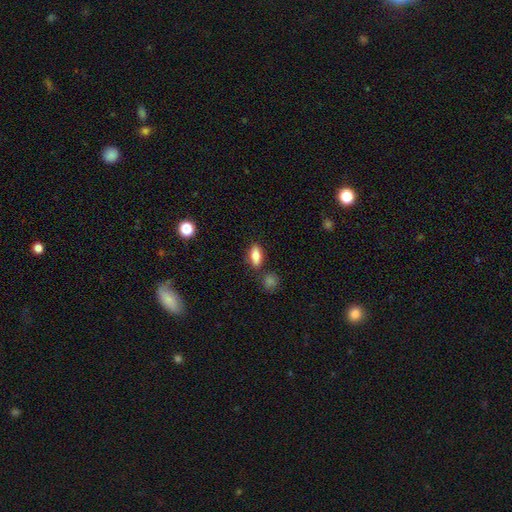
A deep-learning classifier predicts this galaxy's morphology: Q: Smooth or featured?
A: smooth (81%); runner-up: featured or disk (11%)
Q: How rounded?
A: in between (80%); runner-up: cigar-shaped (15%)
Q: Merging?
A: none (80%); runner-up: minor disturbance (11%)